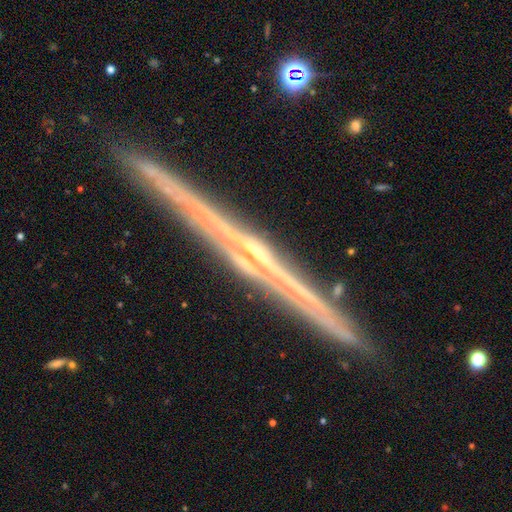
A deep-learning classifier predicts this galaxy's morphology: Q: Smooth or featured?
A: featured or disk (86%); runner-up: smooth (7%)
Q: Edge-on disk?
A: yes (98%); runner-up: no (2%)
Q: Edge-on bulge?
A: rounded (59%); runner-up: none (33%)
Q: Merging?
A: none (90%); runner-up: minor disturbance (7%)